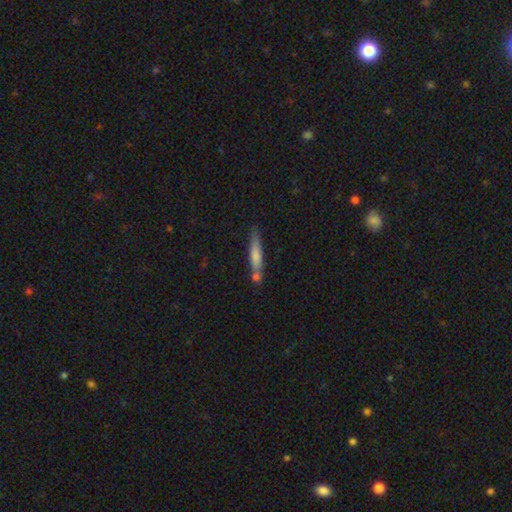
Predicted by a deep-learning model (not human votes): Smooth or featured? smooth (70%)
How rounded? cigar-shaped (86%)
Merging? none (60%)